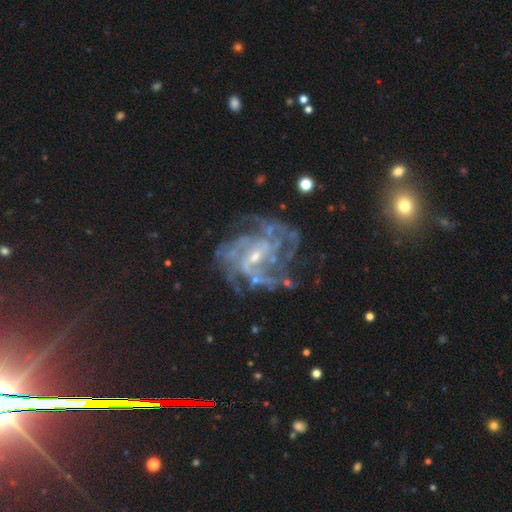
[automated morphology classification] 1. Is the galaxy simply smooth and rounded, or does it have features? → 87% featured or disk, 9% star or artifact, 5% smooth.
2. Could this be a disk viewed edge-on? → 98% no, 2% yes.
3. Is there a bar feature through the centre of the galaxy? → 46% weak, 38% no, 16% strong.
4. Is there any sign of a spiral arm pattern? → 93% yes, 7% no.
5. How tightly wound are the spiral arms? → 44% tight, 43% medium, 13% loose.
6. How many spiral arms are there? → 31% can't tell, 21% 4, 18% 3, 13% 2, 10% more than 4, 8% 1.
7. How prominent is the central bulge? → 71% small, 23% moderate, 4% none, 1% large, 1% dominant.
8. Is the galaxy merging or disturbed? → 61% none, 19% minor disturbance, 18% major disturbance, 3% merger.